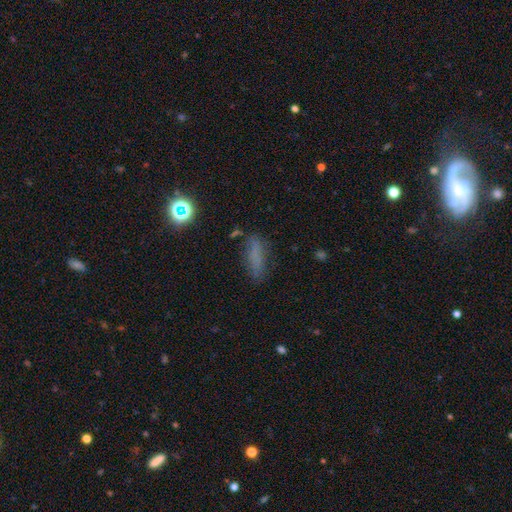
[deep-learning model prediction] smooth-or-featured: smooth: 66% | star or artifact: 17% | featured or disk: 16%
  how-rounded: cigar-shaped: 49% | in between: 47% | round: 4%
  merging: none: 67% | minor disturbance: 21% | major disturbance: 8% | merger: 3%